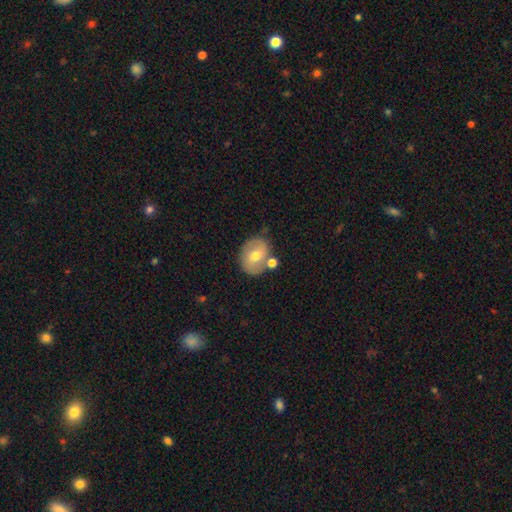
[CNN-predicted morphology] smooth_or_featured: smooth (p=0.51) [alt: featured or disk p=0.41]
how_rounded: round (p=0.58) [alt: in between p=0.41]
merging: none (p=0.68) [alt: minor disturbance p=0.14]